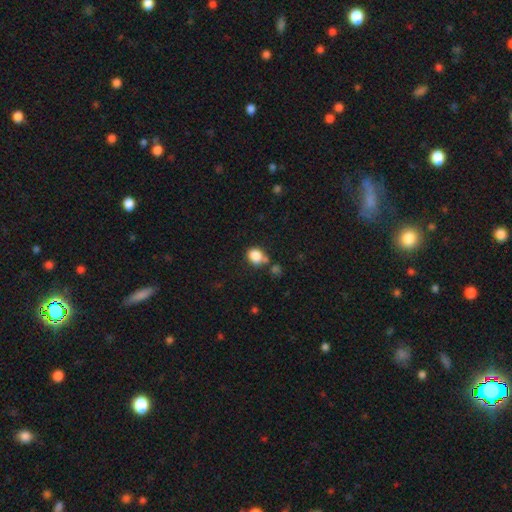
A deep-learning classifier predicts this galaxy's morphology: smooth-or-featured: smooth: 85% | star or artifact: 10% | featured or disk: 5%
  how-rounded: round: 63% | in between: 36% | cigar-shaped: 1%
  merging: none: 57% | merger: 21% | minor disturbance: 16% | major disturbance: 5%